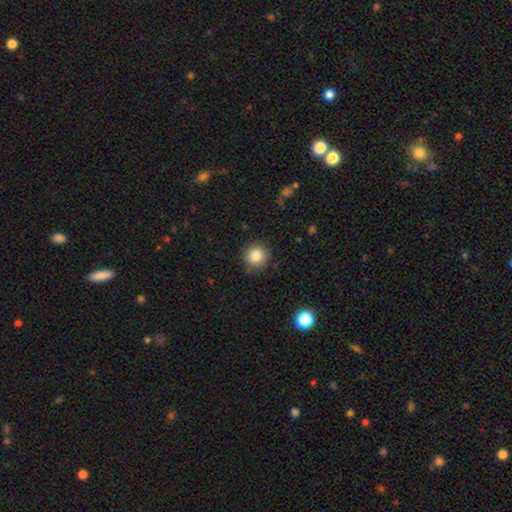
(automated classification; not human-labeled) Overall: smooth (84%). How rounded: round (94%). Merging: none (88%).